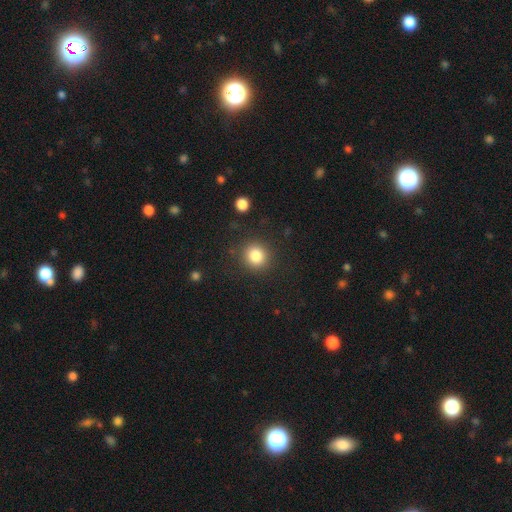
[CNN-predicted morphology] smooth 84%, star or artifact 11%, featured or disk 6%. Down the decision tree: how rounded — round (88%); merging — none (87%).